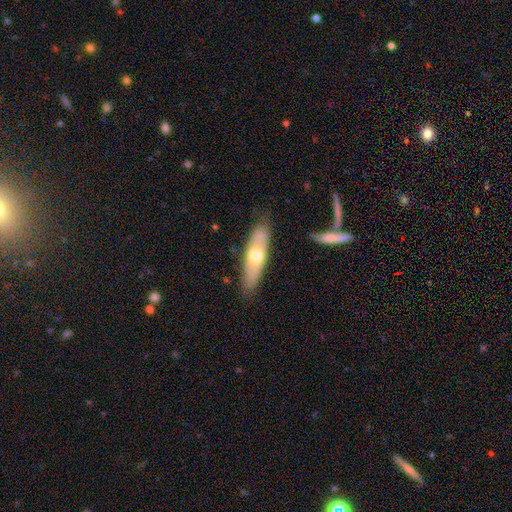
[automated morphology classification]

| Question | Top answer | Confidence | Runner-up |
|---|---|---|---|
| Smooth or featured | smooth | 53% | featured or disk (41%) |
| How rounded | cigar-shaped | 58% | in between (39%) |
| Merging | none | 82% | minor disturbance (13%) |